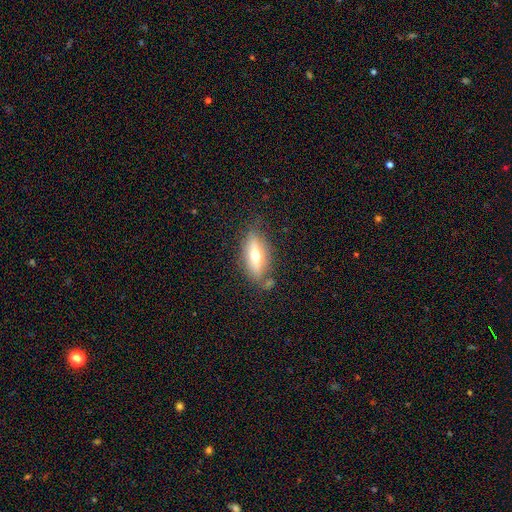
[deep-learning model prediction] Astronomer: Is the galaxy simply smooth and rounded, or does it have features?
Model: smooth — 49% (runner-up: featured or disk, 43%).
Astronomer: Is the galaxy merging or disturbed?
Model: none — 73%.